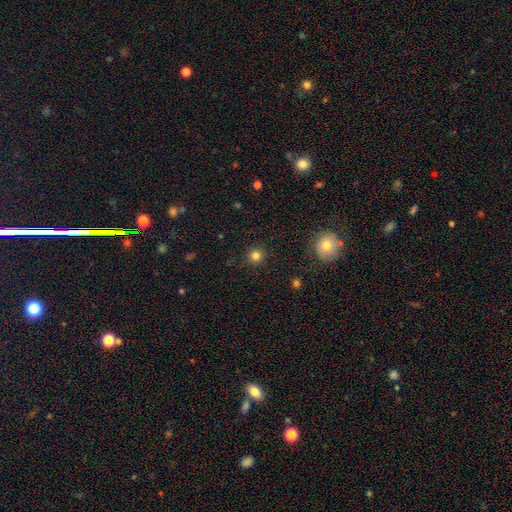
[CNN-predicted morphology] type=smooth (82%); roundness=round (93%); merging=none (90%).